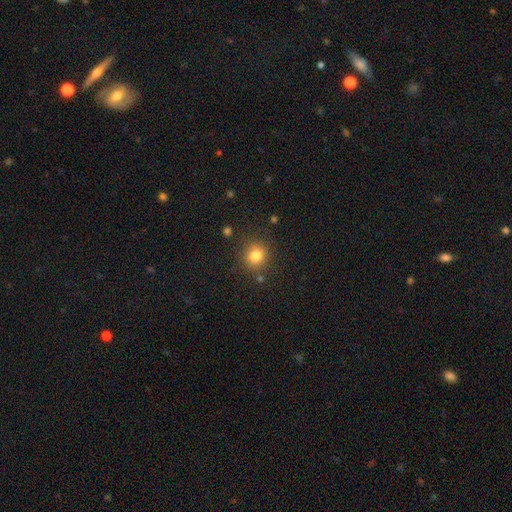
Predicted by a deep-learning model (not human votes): This is clearly a smooth galaxy (80%). How rounded: clearly round (88%). Merging: clearly none (84%).